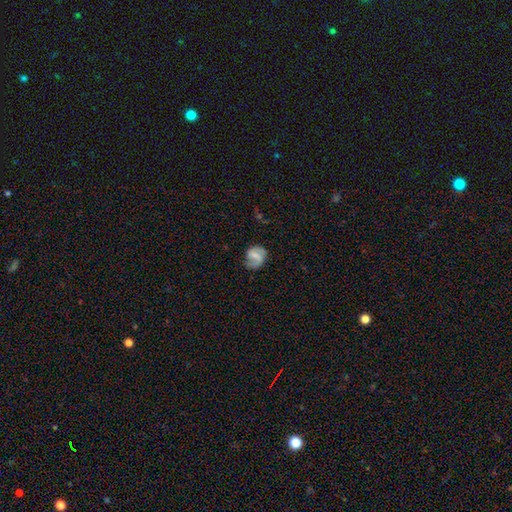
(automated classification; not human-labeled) A featured or disk galaxy (59%) with a weak bar (47%), spiral arms (86%) and no central bulge (37%). Merging: none (62%).